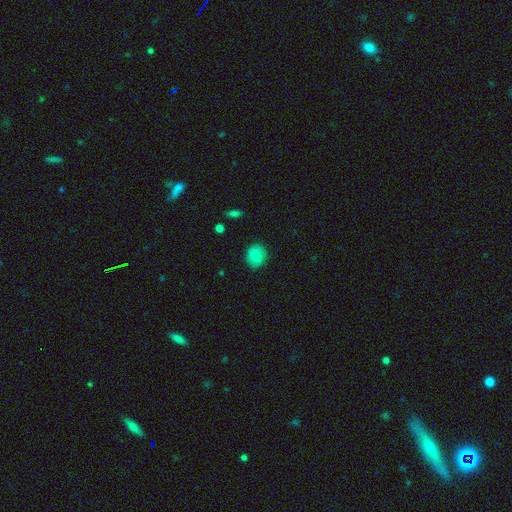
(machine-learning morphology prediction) Smooth or featured? Predicted: smooth (p=0.75). How rounded? Predicted: round (p=0.80). Merging? Predicted: none (p=0.88).